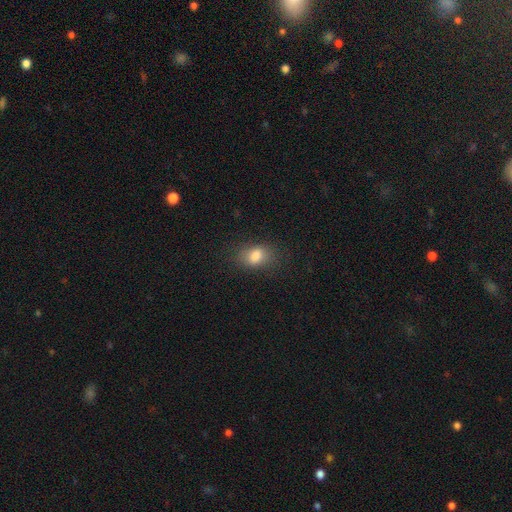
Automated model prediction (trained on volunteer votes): A smooth galaxy with no disk features (80%) that is in between round and cigar-shaped (79%). Merging: none (76%).